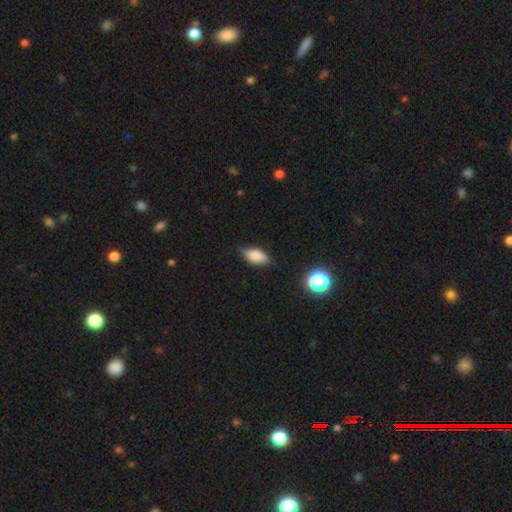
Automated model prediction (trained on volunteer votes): This is likely a smooth galaxy (76%). How rounded: clearly in between (83%). Merging: likely none (75%).